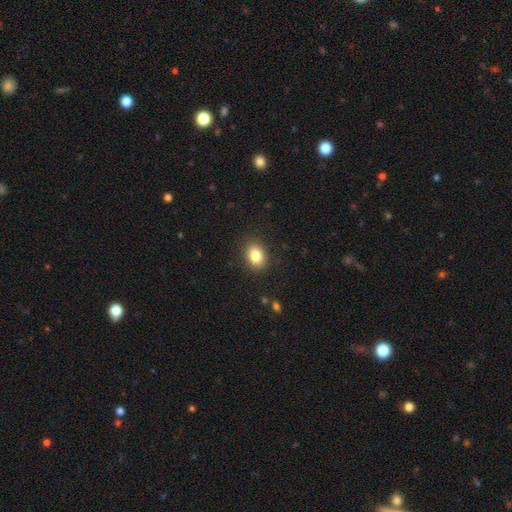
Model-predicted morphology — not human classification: This appears to be a smooth galaxy with no disk features (84%) that is in between round and cigar-shaped (68%). Merging: none (88%).